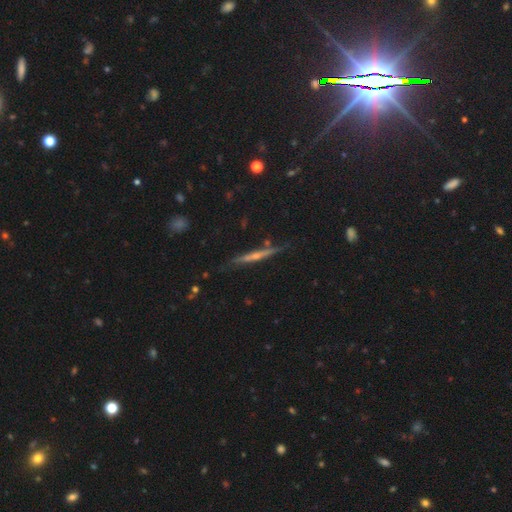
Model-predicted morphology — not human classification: A featured or disk galaxy (72%) viewed edge-on (97%) with a rounded central bulge (64%).

Vote fractions:
- Smooth or featured? featured or disk: 72% / smooth: 20% / star or artifact: 9%
- Edge-on disk? yes: 97% / no: 3%
- Edge-on bulge? rounded: 64% / none: 29% / boxy: 6%
- Merging? none: 82% / minor disturbance: 13% / major disturbance: 2% / merger: 2%